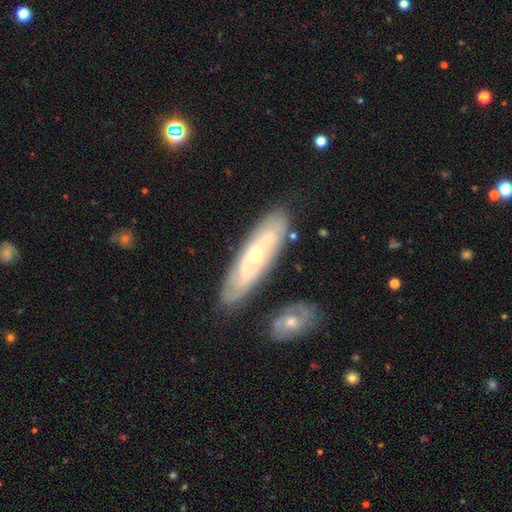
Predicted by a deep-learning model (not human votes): Q: Smooth or featured?
A: featured or disk (75%); runner-up: smooth (19%)
Q: Edge-on disk?
A: no (79%); runner-up: yes (21%)
Q: Bar?
A: no (66%); runner-up: weak (26%)
Q: Spiral arms?
A: yes (80%); runner-up: no (20%)
Q: Bulge size?
A: small (54%); runner-up: moderate (42%)
Q: Merging?
A: none (78%); runner-up: minor disturbance (14%)